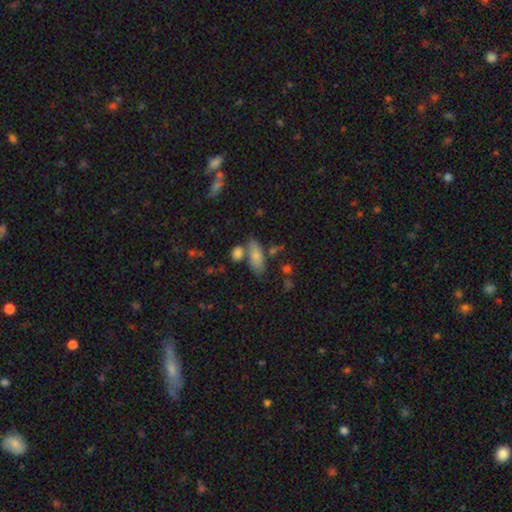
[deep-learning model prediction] Overall: smooth (69%). How rounded: in between (69%). Merging: none (63%).